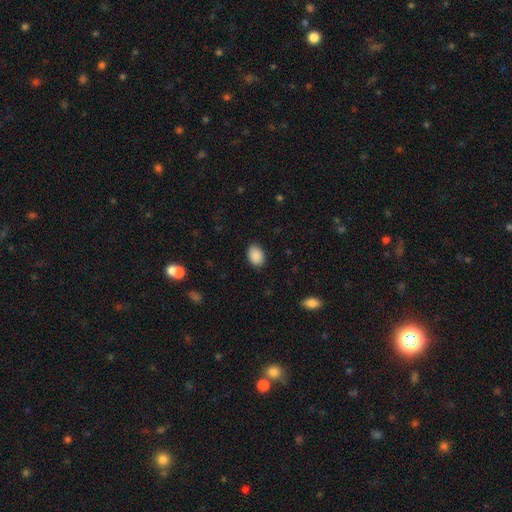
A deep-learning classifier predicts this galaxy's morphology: The model was most divided on "how rounded": in between: 76%, round: 23%, cigar-shaped: 1%. More confident: smooth or featured — smooth (90%); merging — none (88%).